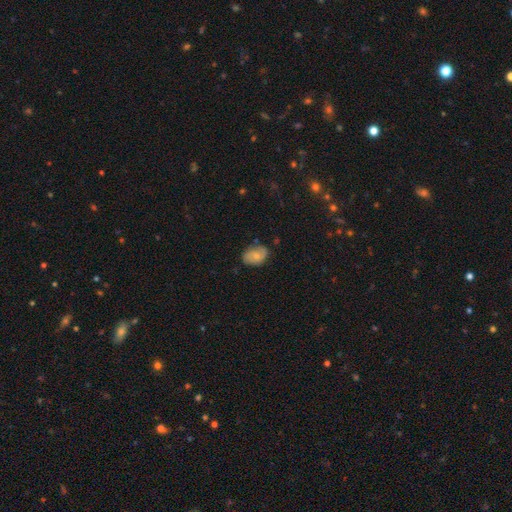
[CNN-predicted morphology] Smooth or featured? smooth (59%)
How rounded? in between (80%)
Merging? none (70%)